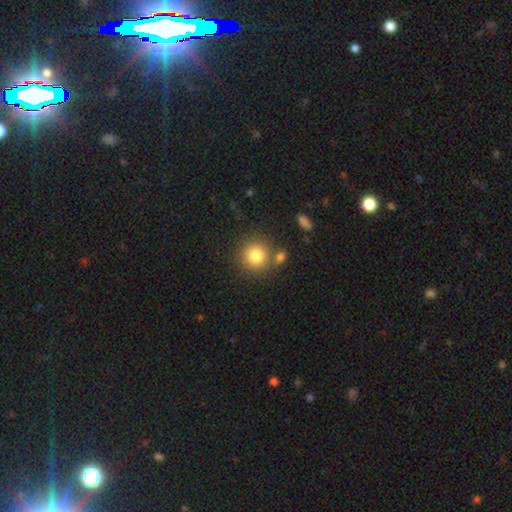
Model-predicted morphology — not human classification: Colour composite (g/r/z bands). It shows a smooth galaxy with no disk features (82%) that is round (91%). Merging: none (74%).